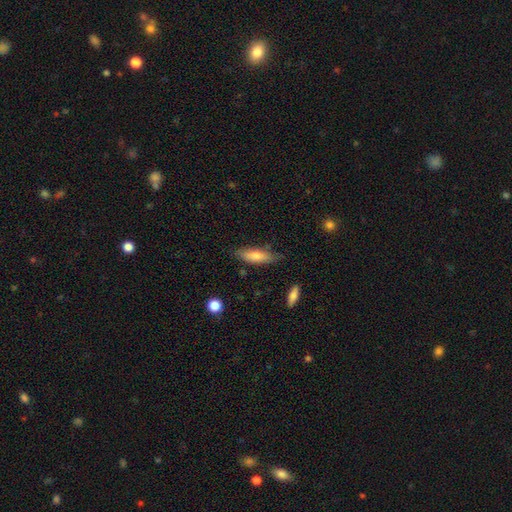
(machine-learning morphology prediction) Overall: smooth (73%). How rounded: cigar-shaped (55%; in between 43%). Merging: none (75%).